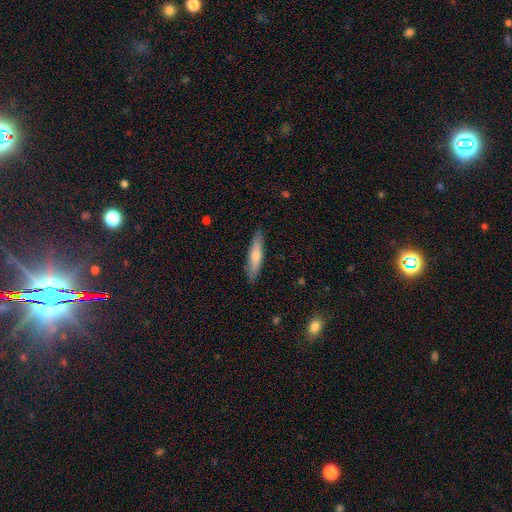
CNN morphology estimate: This is likely a smooth galaxy (63%). How rounded: clearly cigar-shaped (82%). Merging: clearly none (87%).